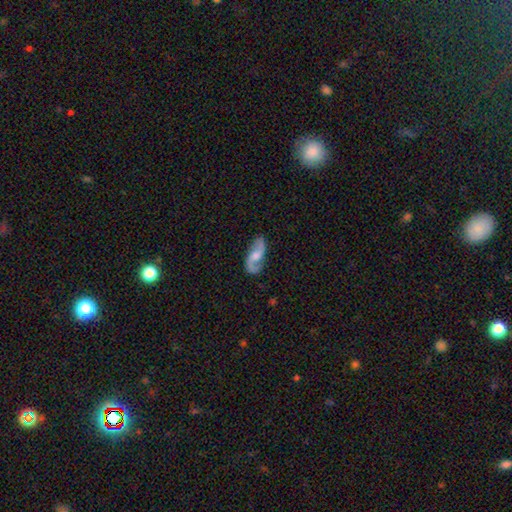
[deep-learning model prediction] A featured or disk galaxy (78%) with no bar (49%), 2 (91%) loose (54%) spiral arms (95%) and a moderate central bulge (50%).

Vote fractions:
- Smooth or featured? featured or disk: 78% / smooth: 17% / star or artifact: 5%
- Edge-on disk? no: 95% / yes: 5%
- Bar? no: 49% / weak: 42% / strong: 9%
- Spiral arms? yes: 95% / no: 5%
- Spiral winding? loose: 54% / medium: 36% / tight: 9%
- Spiral arm count? 2: 91% / can't tell: 3% / 1: 3% / 3: 1% / 4: 1% / more than 4: 1%
- Bulge size? moderate: 50% / small: 23% / large: 13% / none: 12% / dominant: 1%
- Merging? none: 78% / minor disturbance: 15% / major disturbance: 6% / merger: 2%